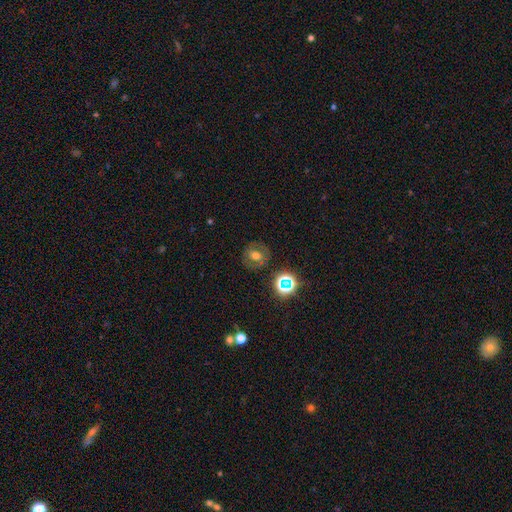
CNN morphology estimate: Smooth or featured? Predicted: smooth (p=0.44). Merging? Predicted: none (p=0.81).